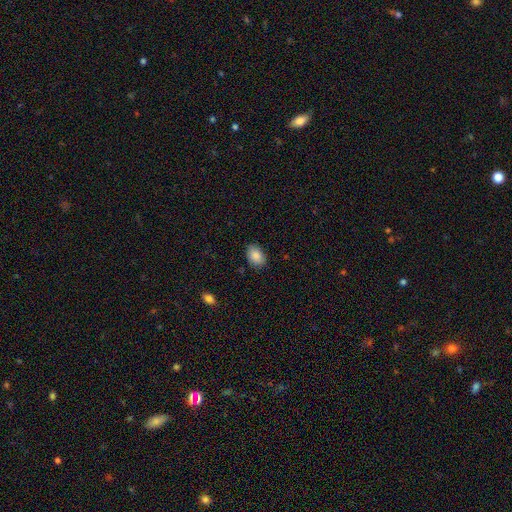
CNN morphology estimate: Smooth or featured? smooth (86%)
How rounded? in between (79%)
Merging? none (85%)